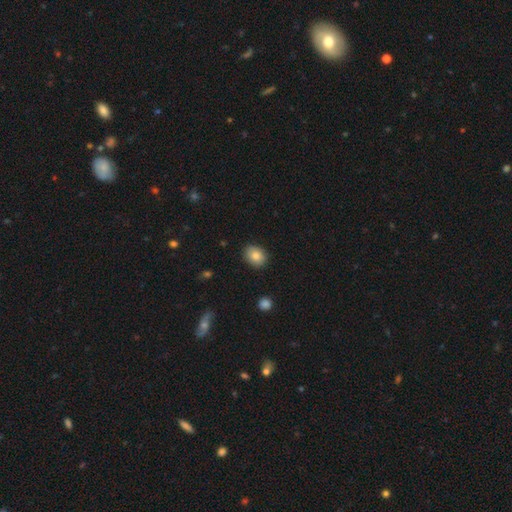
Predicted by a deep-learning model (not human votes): smooth 84%, star or artifact 9%, featured or disk 7%. Down the decision tree: how rounded — in between (54%); merging — none (86%).